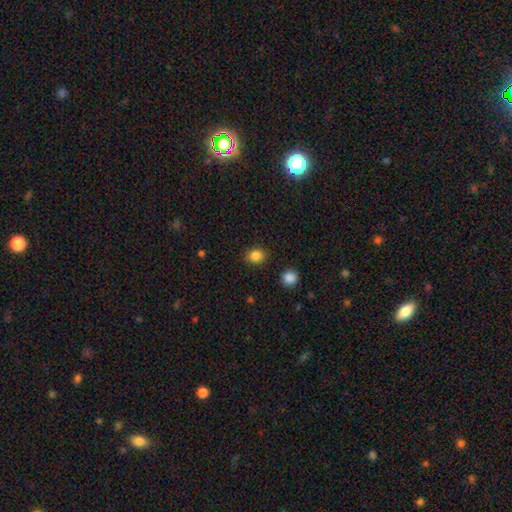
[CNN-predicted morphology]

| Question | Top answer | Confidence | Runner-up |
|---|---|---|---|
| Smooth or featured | smooth | 85% | star or artifact (11%) |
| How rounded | round | 69% | in between (30%) |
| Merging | none | 88% | minor disturbance (8%) |